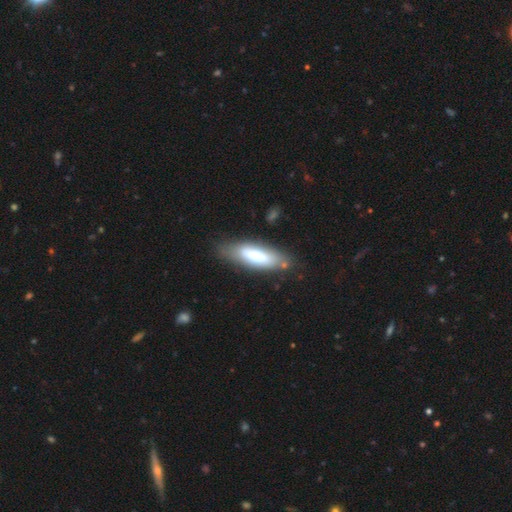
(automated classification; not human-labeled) smooth-or-featured: smooth: 57% | featured or disk: 37% | star or artifact: 6%
  how-rounded: in between: 65% | cigar-shaped: 33% | round: 2%
  merging: none: 75% | minor disturbance: 16% | major disturbance: 6% | merger: 4%